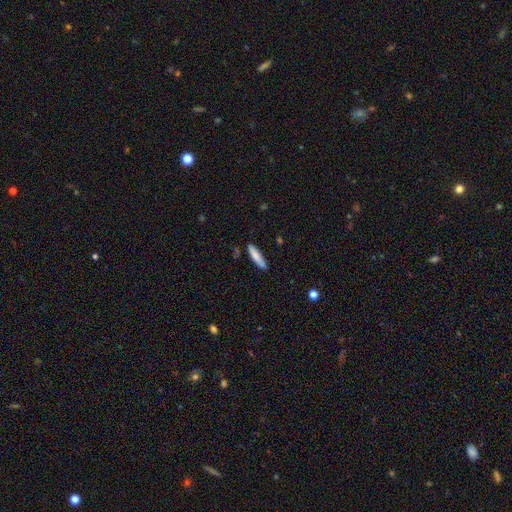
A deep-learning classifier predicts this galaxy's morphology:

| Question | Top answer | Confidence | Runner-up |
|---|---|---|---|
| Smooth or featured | smooth | 80% | featured or disk (14%) |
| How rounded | cigar-shaped | 82% | in between (17%) |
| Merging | none | 83% | minor disturbance (13%) |